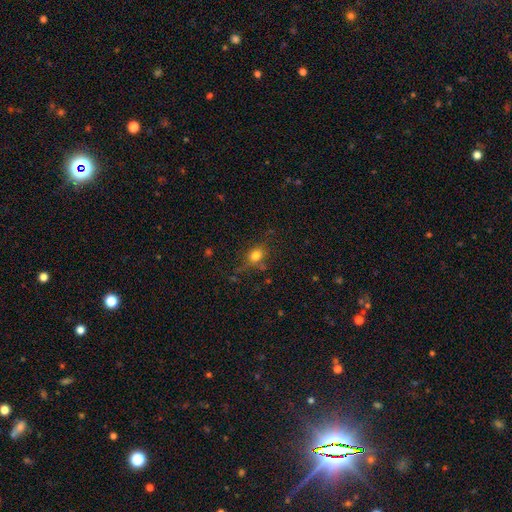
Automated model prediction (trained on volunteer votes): This appears to be a smooth galaxy with no disk features (76%) that is round (51%). Merging: none (69%).